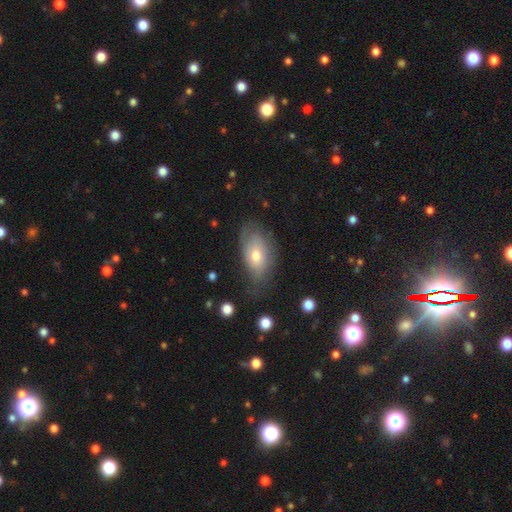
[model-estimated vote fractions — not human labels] Smooth or featured?
  - smooth: 56% *
  - featured or disk: 36%
  - star or artifact: 8%
How rounded?
  - in between: 89% *
  - round: 8%
  - cigar-shaped: 3%
Merging?
  - none: 59% *
  - minor disturbance: 28%
  - major disturbance: 11%
  - merger: 2%